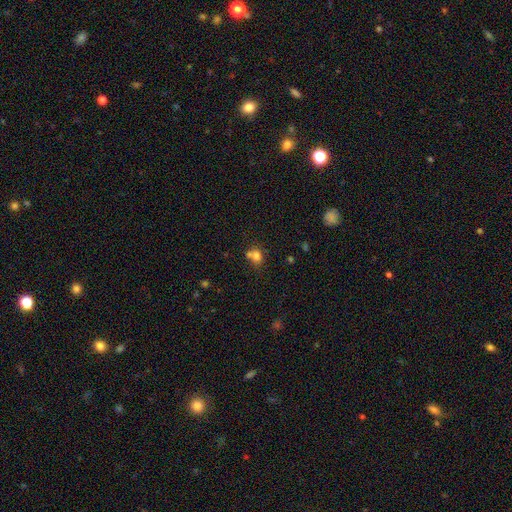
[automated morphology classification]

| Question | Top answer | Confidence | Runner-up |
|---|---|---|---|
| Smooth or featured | smooth | 75% | star or artifact (14%) |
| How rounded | round | 62% | in between (37%) |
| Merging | none | 42% | tied: merger (42%) |